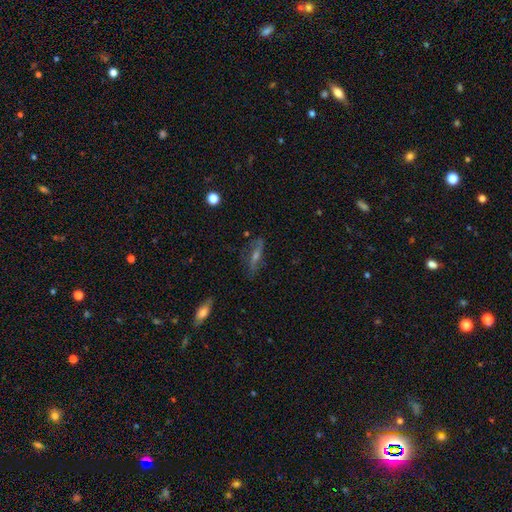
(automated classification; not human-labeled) This appears to be a featured or disk galaxy (60%) viewed edge-on (54%). Merging: none (76%).